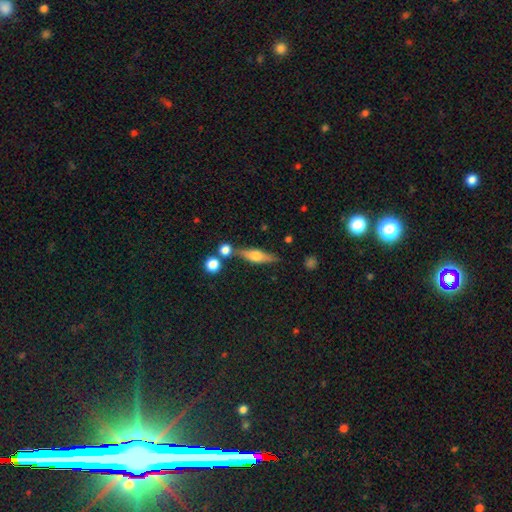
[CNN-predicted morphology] Overall: featured or disk (53%; smooth 40%). Edge-on disk: yes (91%). Merging: none (72%).